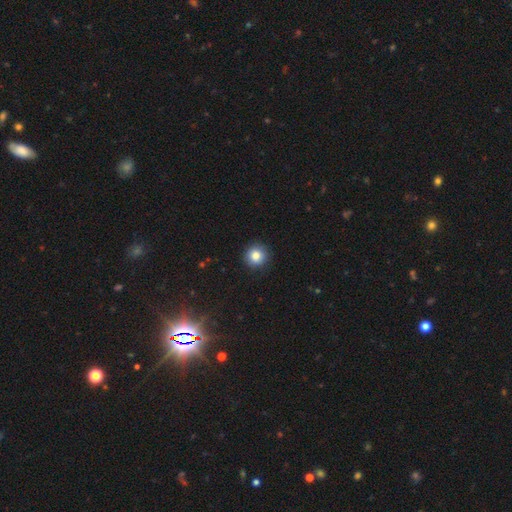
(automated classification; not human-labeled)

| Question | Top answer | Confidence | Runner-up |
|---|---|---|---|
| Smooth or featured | smooth | 84% | star or artifact (10%) |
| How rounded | round | 94% | in between (5%) |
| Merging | none | 92% | minor disturbance (6%) |